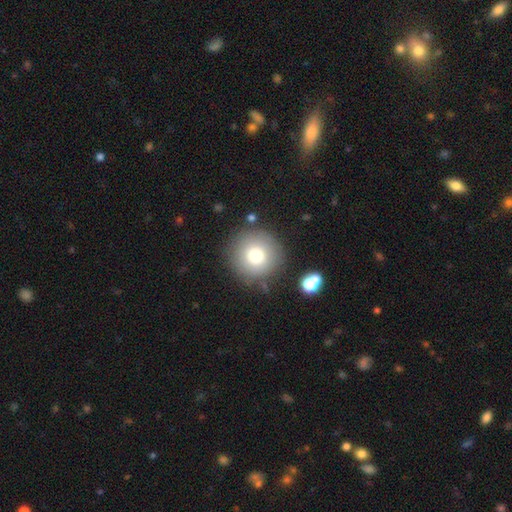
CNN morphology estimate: Smooth or featured?
  - smooth: 77% *
  - featured or disk: 12%
  - star or artifact: 11%
How rounded?
  - round: 96% *
  - in between: 3%
  - cigar-shaped: 1%
Merging?
  - none: 84% *
  - minor disturbance: 9%
  - merger: 4%
  - major disturbance: 4%